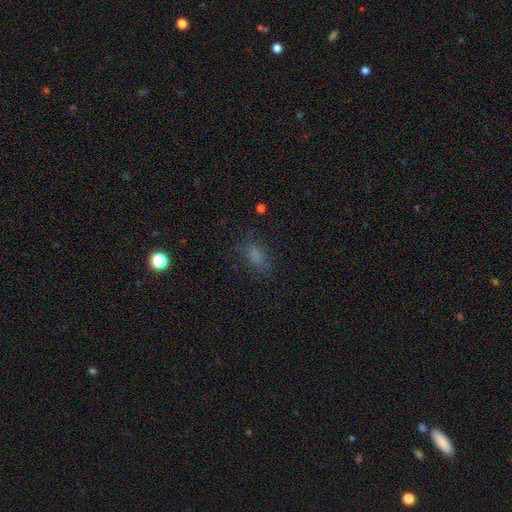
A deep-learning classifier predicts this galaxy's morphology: Smooth or featured? smooth (71%)
How rounded? in between (80%)
Merging? none (66%)